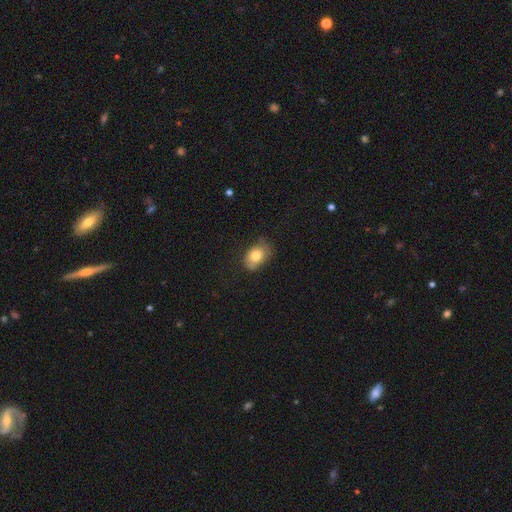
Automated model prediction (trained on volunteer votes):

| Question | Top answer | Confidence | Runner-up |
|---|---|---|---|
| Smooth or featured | smooth | 75% | featured or disk (16%) |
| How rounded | in between | 75% | round (23%) |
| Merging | none | 61% | minor disturbance (29%) |